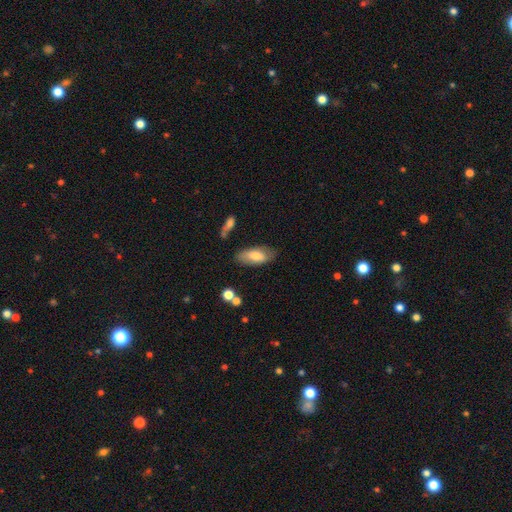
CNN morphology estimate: Smooth or featured? smooth (71%)
How rounded? in between (84%)
Merging? none (70%)